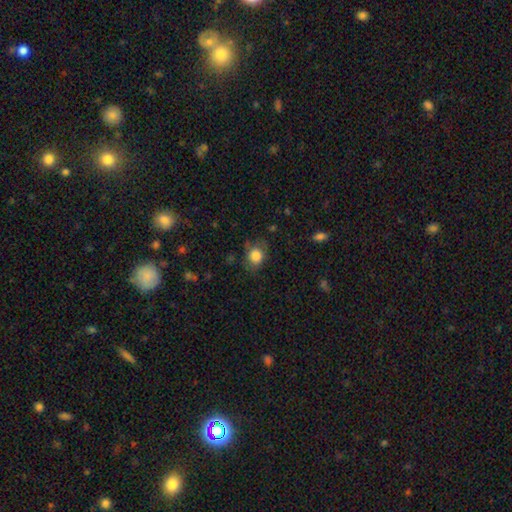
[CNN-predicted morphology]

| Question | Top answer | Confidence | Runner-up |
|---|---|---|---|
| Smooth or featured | smooth | 83% | star or artifact (9%) |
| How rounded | round | 59% | in between (40%) |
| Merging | none | 68% | minor disturbance (23%) |